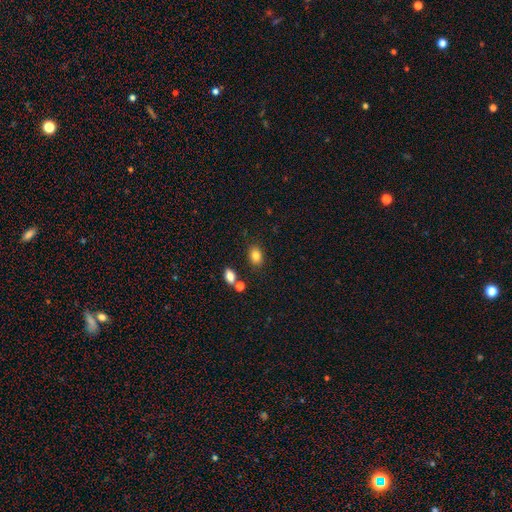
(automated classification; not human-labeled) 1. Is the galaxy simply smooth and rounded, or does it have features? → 83% smooth, 10% star or artifact, 7% featured or disk.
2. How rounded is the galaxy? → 74% in between, 25% round, 1% cigar-shaped.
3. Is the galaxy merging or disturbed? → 82% none, 10% minor disturbance, 5% merger, 3% major disturbance.